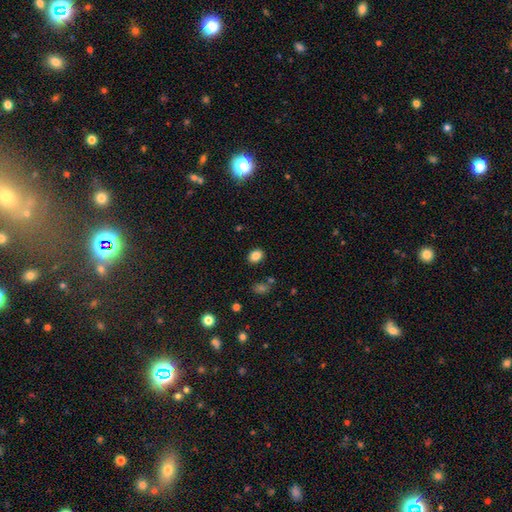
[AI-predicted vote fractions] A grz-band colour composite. It shows a smooth galaxy with no disk features (84%) that is in between round and cigar-shaped (62%). Merging: none (85%).